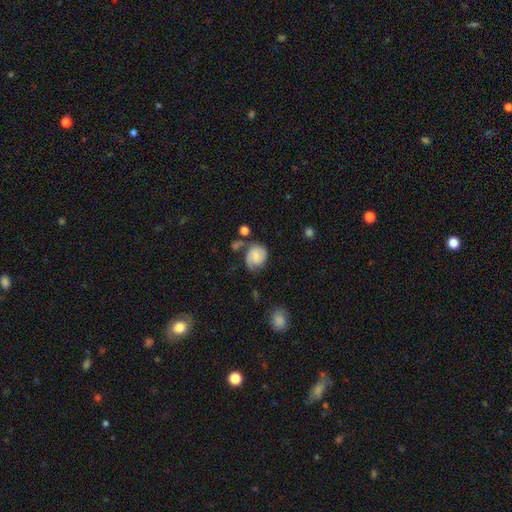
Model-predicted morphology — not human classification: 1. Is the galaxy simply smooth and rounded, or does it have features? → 50% featured or disk, 42% smooth, 8% star or artifact.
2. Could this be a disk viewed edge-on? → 97% no, 3% yes.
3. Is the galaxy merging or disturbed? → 50% none, 28% minor disturbance, 14% major disturbance, 8% merger.